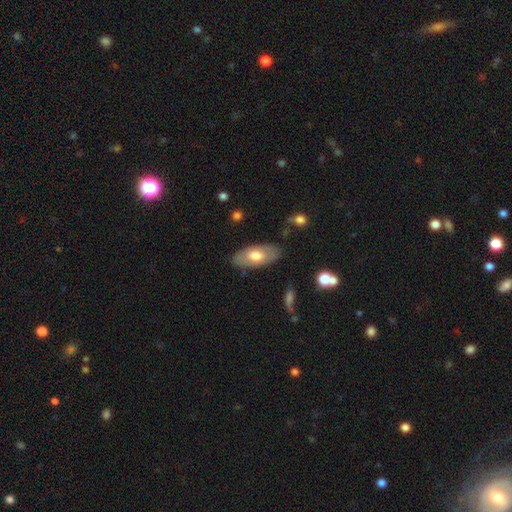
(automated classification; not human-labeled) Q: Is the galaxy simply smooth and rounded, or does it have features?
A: smooth — 54%.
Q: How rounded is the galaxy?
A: in between — 91%.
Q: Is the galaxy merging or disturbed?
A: none — 81%.